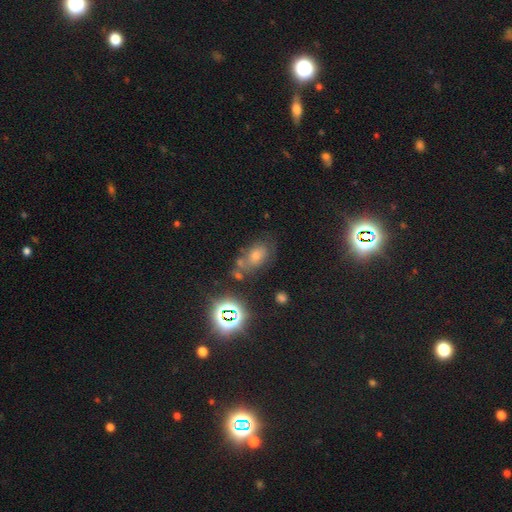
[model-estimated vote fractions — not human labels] Smooth or featured? smooth (43%)
Merging? none (60%)